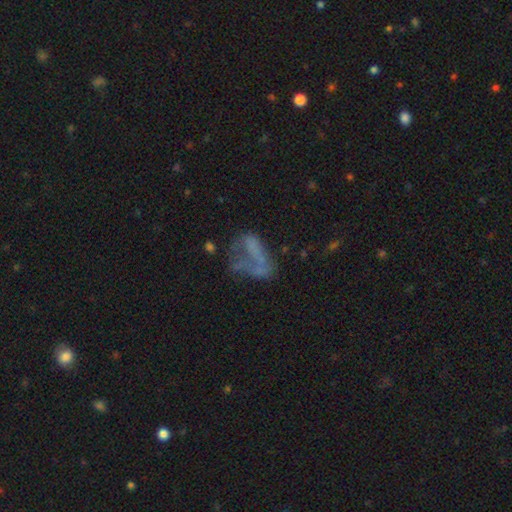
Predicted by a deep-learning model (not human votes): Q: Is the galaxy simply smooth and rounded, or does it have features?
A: featured or disk — 45%.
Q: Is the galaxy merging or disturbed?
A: major disturbance — 43%.